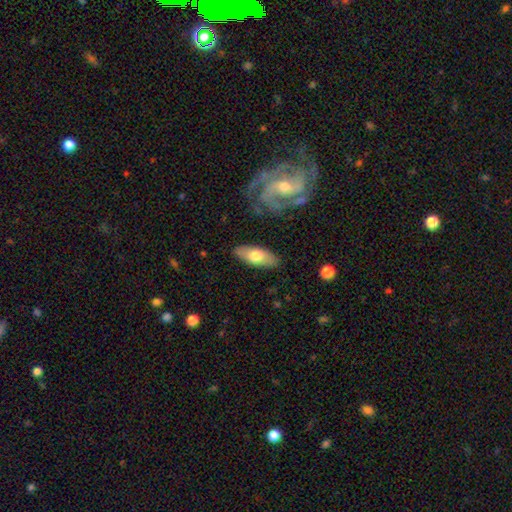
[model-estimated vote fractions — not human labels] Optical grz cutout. It shows a smooth galaxy with no disk features (63%) that is in between round and cigar-shaped (76%). Merging: none (83%).